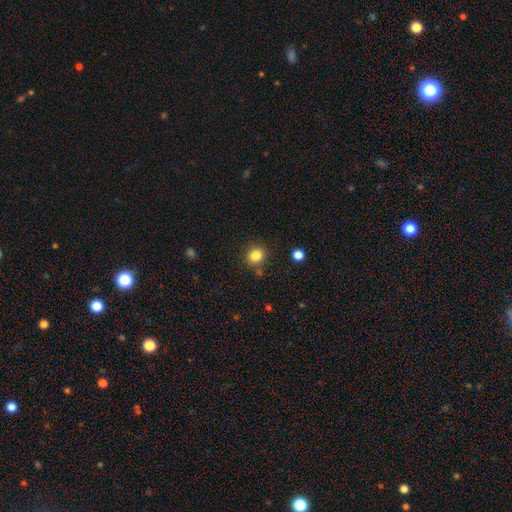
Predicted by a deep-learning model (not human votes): Morphology: type=smooth (83%); roundness=round (84%); merging=none (83%).